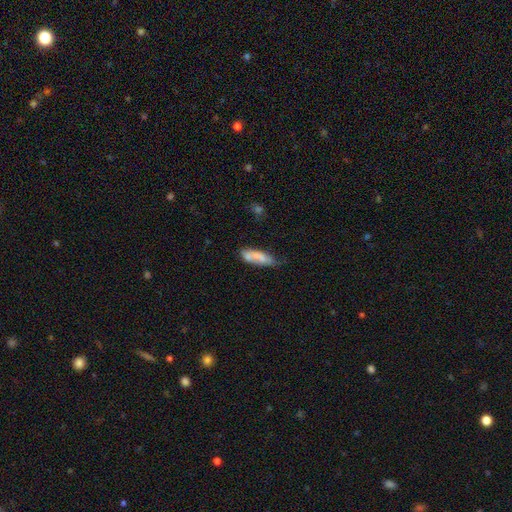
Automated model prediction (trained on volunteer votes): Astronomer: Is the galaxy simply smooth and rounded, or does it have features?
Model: smooth — 60%.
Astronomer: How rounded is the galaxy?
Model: in between — 56% (runner-up: cigar-shaped, 41%).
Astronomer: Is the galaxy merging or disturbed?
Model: none — 43% (runner-up: minor disturbance, 29%).